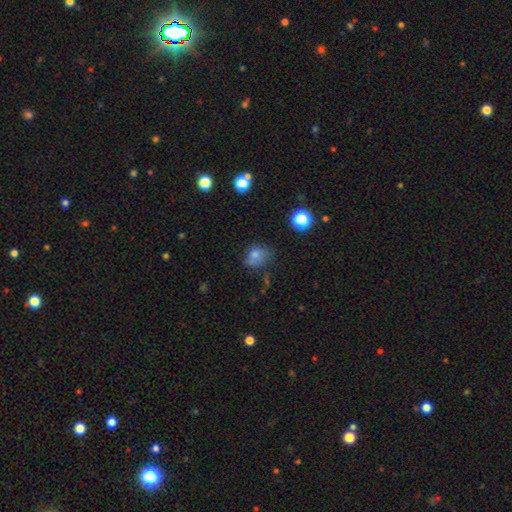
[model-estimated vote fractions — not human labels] Smooth or featured?
  - smooth: 77% *
  - star or artifact: 14%
  - featured or disk: 9%
How rounded?
  - round: 56% *
  - in between: 43%
  - cigar-shaped: 1%
Merging?
  - none: 57% *
  - minor disturbance: 27%
  - major disturbance: 11%
  - merger: 5%